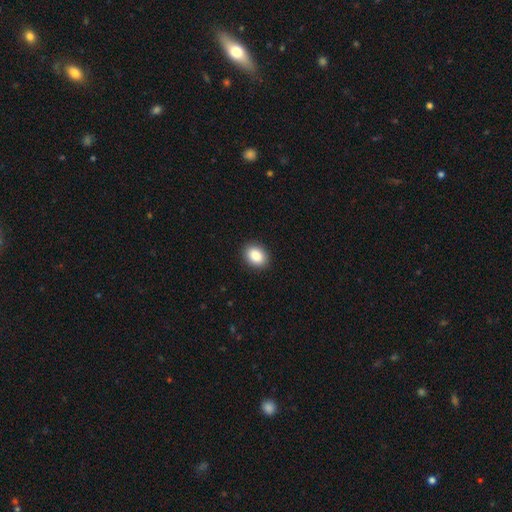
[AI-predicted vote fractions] smooth 89%, star or artifact 8%, featured or disk 4%. Down the decision tree: how rounded — in between (71%); merging — none (90%).